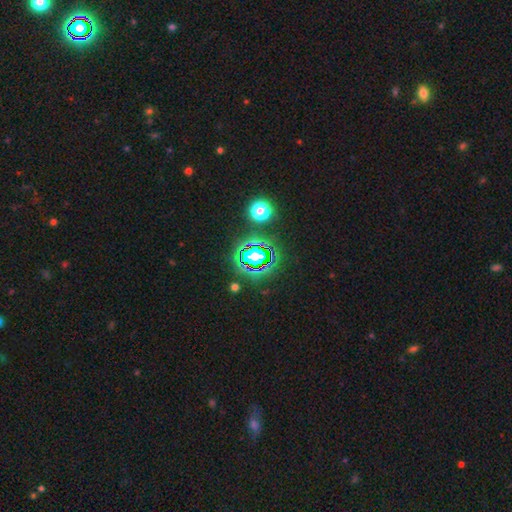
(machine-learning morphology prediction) Smooth or featured? star or artifact (69%)